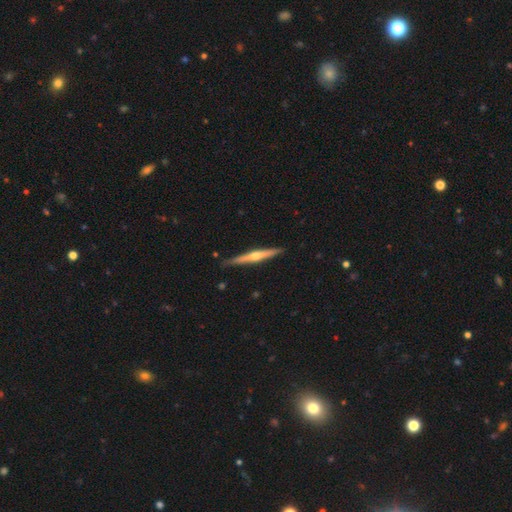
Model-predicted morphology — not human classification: This is likely a featured or disk galaxy (71%). It is clearly viewed edge-on (98%). Edge-on bulge: clearly rounded (87%). Merging: clearly none (87%).